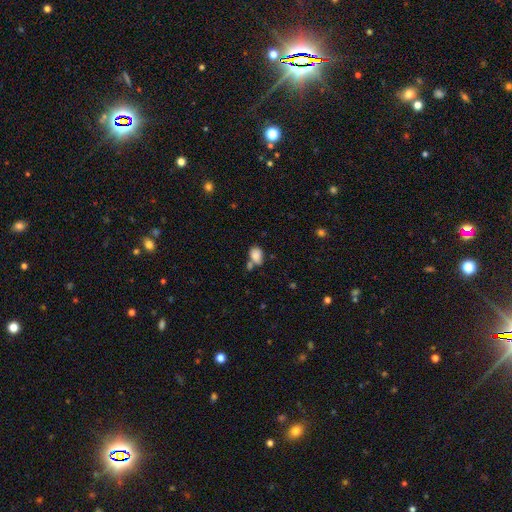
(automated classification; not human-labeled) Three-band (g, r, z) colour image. It shows a smooth galaxy with no disk features (82%) that is in between round and cigar-shaped (74%). Merging: none (41%).